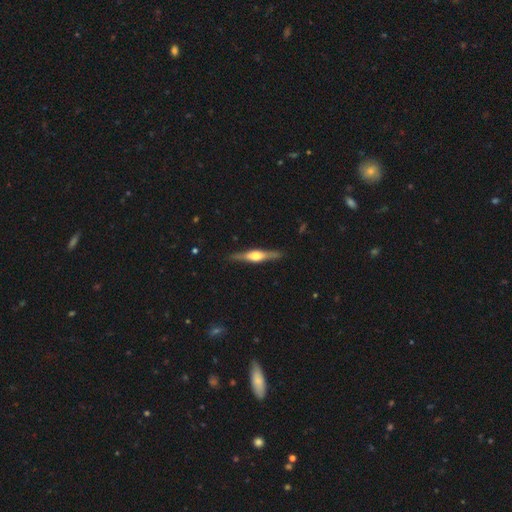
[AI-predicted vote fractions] The model was most divided on "smooth or featured": featured or disk: 71%, smooth: 24%, star or artifact: 5%. More confident: edge-on disk — yes (97%); edge-on bulge — rounded (90%); merging — none (89%).